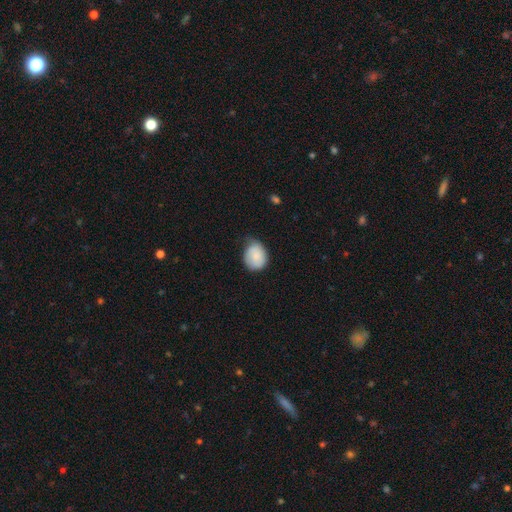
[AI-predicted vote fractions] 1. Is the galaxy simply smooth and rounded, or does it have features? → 82% smooth, 11% featured or disk, 6% star or artifact.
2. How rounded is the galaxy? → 56% round, 43% in between, 1% cigar-shaped.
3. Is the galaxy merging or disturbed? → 45% minor disturbance, 42% none, 11% major disturbance, 2% merger.